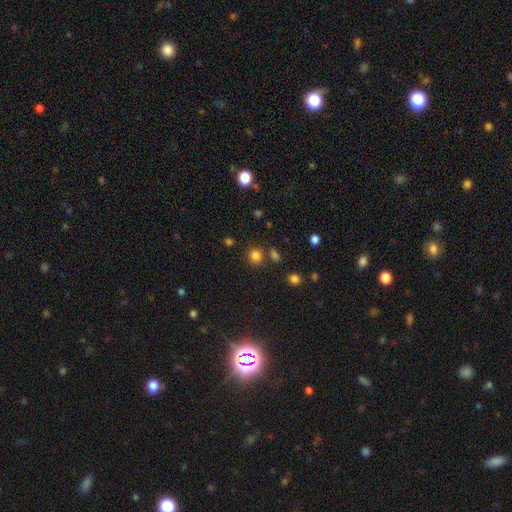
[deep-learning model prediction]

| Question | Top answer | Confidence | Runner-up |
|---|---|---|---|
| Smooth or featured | smooth | 80% | star or artifact (16%) |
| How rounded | round | 87% | in between (12%) |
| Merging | none | 78% | merger (9%) |